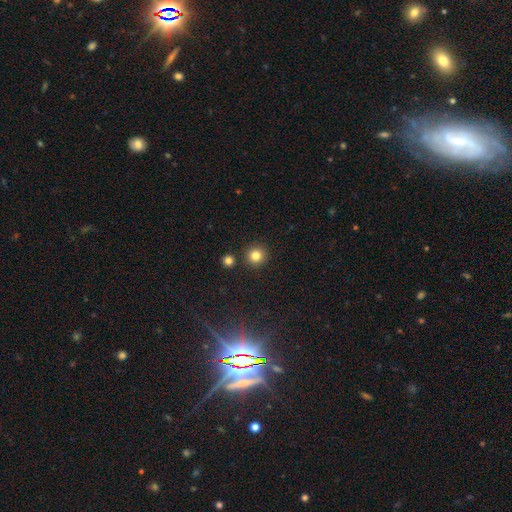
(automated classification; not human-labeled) smooth-or-featured: smooth: 82% | star or artifact: 12% | featured or disk: 5%
  how-rounded: round: 94% | in between: 5% | cigar-shaped: 1%
  merging: none: 88% | minor disturbance: 5% | merger: 4% | major disturbance: 2%